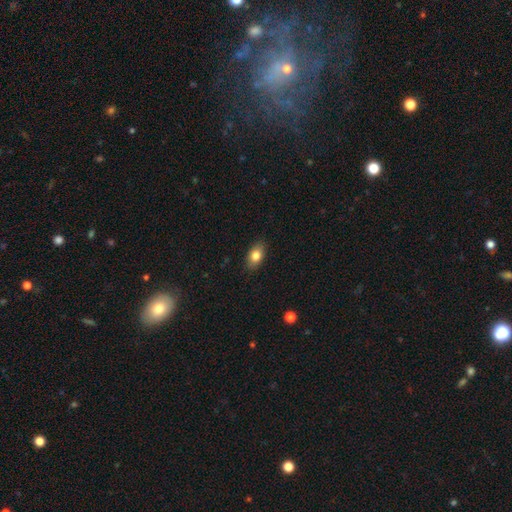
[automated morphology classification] Smooth or featured?
  - smooth: 82% *
  - featured or disk: 10%
  - star or artifact: 8%
How rounded?
  - in between: 87% *
  - round: 10%
  - cigar-shaped: 3%
Merging?
  - none: 88% *
  - minor disturbance: 9%
  - major disturbance: 2%
  - merger: 1%